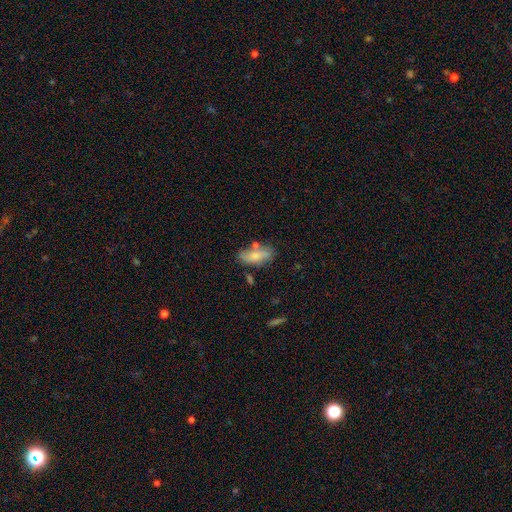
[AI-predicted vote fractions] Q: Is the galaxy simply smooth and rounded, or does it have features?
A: smooth — 71%.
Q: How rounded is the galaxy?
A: in between — 78%.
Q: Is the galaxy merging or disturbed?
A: none — 64%.